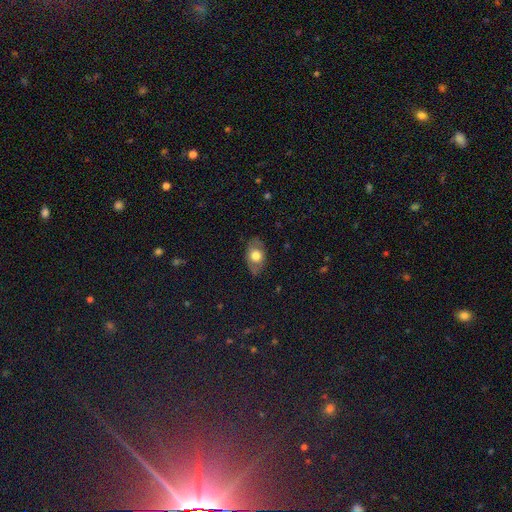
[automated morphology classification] Q: Smooth or featured?
A: smooth (63%); runner-up: featured or disk (29%)
Q: How rounded?
A: in between (83%); runner-up: round (15%)
Q: Merging?
A: none (78%); runner-up: minor disturbance (16%)